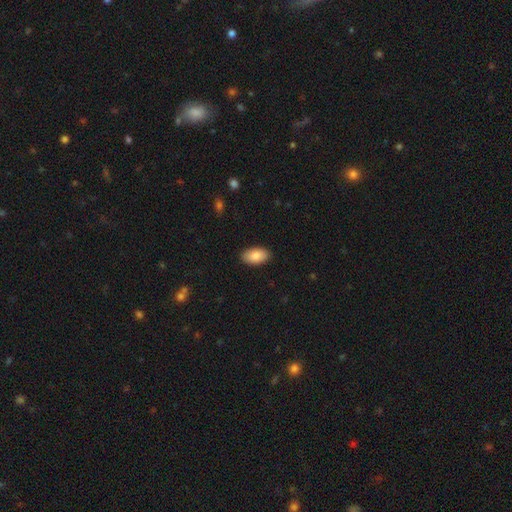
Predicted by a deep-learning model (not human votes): smooth-or-featured: smooth: 87% | featured or disk: 7% | star or artifact: 6%
  how-rounded: in between: 95% | round: 3% | cigar-shaped: 2%
  merging: none: 89% | minor disturbance: 8% | major disturbance: 2% | merger: 1%